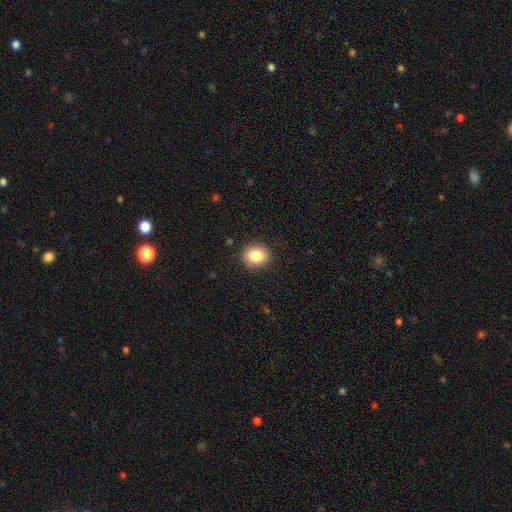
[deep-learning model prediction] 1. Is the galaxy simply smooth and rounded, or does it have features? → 85% smooth, 9% star or artifact, 6% featured or disk.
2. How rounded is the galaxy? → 75% round, 24% in between, 1% cigar-shaped.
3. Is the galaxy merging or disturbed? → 89% none, 8% minor disturbance, 2% major disturbance, 1% merger.